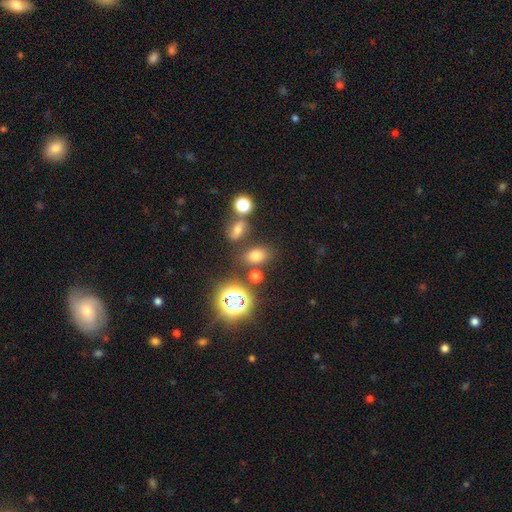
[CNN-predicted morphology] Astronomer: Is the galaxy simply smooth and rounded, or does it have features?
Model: smooth — 69%.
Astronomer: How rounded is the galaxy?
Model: in between — 76%.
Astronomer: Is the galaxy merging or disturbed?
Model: none — 75%.